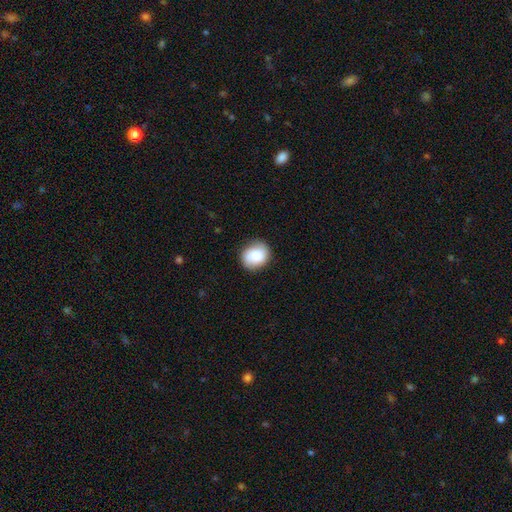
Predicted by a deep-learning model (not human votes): Smooth or featured?
  - smooth: 77% *
  - featured or disk: 15%
  - star or artifact: 7%
How rounded?
  - round: 71% *
  - in between: 28%
  - cigar-shaped: 1%
Merging?
  - none: 81% *
  - minor disturbance: 14%
  - major disturbance: 3%
  - merger: 1%